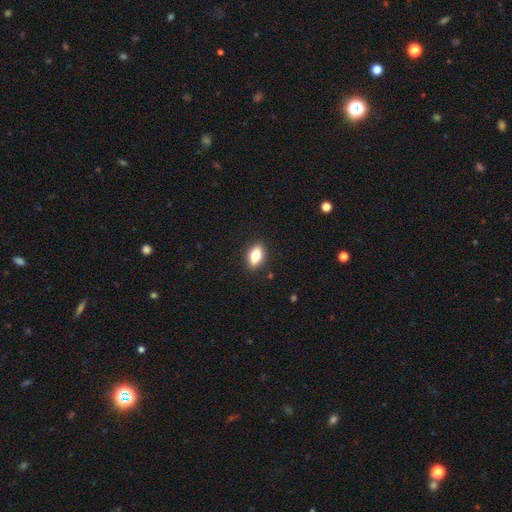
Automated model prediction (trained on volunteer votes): This appears to be a smooth galaxy with no disk features (77%) that is in between round and cigar-shaped (84%). Merging: none (88%).